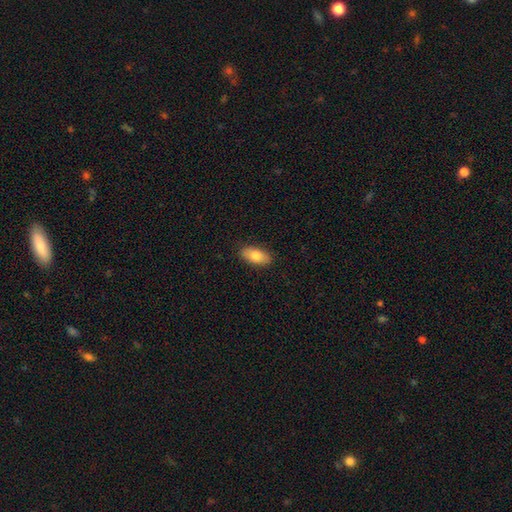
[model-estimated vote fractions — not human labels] This appears to be a smooth galaxy with no disk features (80%) that is in between round and cigar-shaped (91%). Merging: none (89%).